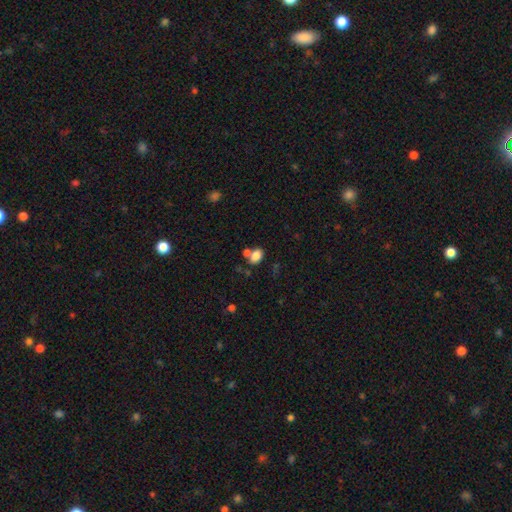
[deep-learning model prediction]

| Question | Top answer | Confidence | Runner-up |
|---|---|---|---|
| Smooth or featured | smooth | 82% | star or artifact (10%) |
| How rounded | in between | 79% | round (20%) |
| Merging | none | 53% | merger (29%) |